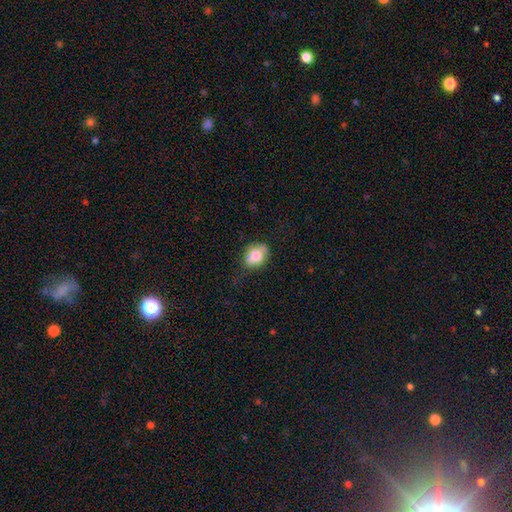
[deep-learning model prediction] Smooth or featured? Predicted: smooth (p=0.78). How rounded? Predicted: in between (p=0.70). Merging? Predicted: none (p=0.64).